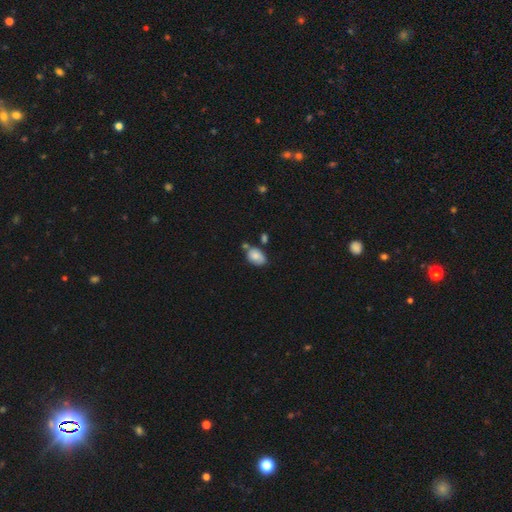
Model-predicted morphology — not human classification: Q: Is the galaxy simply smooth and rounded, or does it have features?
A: smooth — 80%.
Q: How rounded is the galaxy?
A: in between — 87%.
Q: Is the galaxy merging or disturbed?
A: none — 58%.